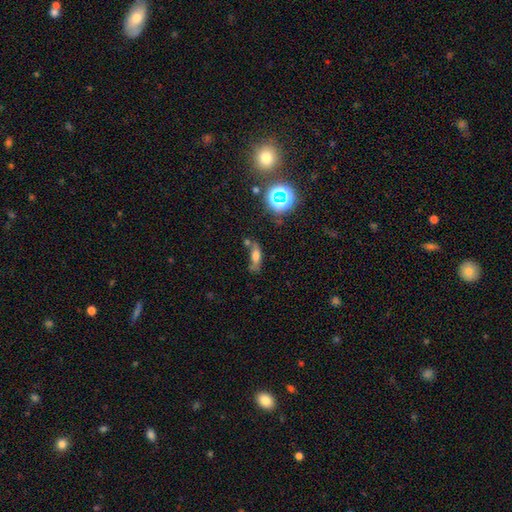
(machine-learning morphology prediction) Smooth or featured: smooth — 57% (featured or disk — 24%)
How rounded: in between — 55% (cigar-shaped — 38%)
Merging: none — 42% (minor disturbance — 24%)